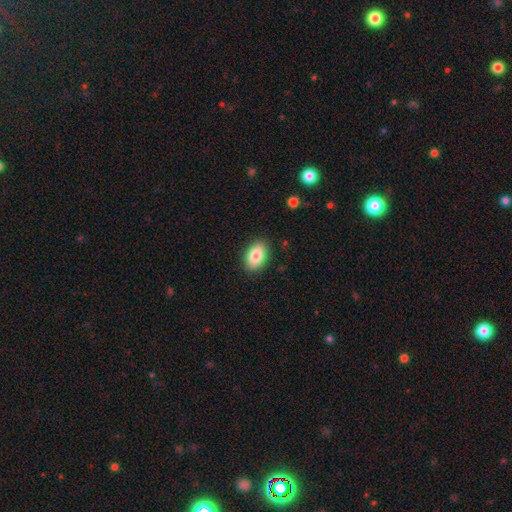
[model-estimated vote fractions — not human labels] Smooth or featured?
  - smooth: 84% *
  - featured or disk: 9%
  - star or artifact: 7%
How rounded?
  - in between: 91% *
  - round: 8%
  - cigar-shaped: 2%
Merging?
  - none: 88% *
  - minor disturbance: 9%
  - major disturbance: 2%
  - merger: 1%